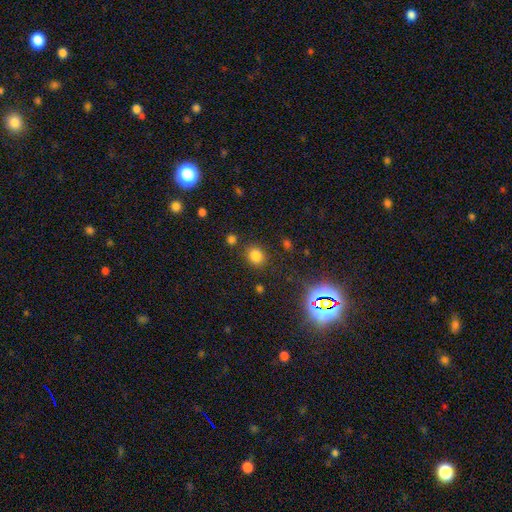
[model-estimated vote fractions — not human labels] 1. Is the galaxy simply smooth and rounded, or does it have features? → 78% smooth, 17% star or artifact, 5% featured or disk.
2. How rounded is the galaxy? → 73% round, 26% in between, 1% cigar-shaped.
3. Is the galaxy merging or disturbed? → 81% none, 10% minor disturbance, 5% merger, 4% major disturbance.